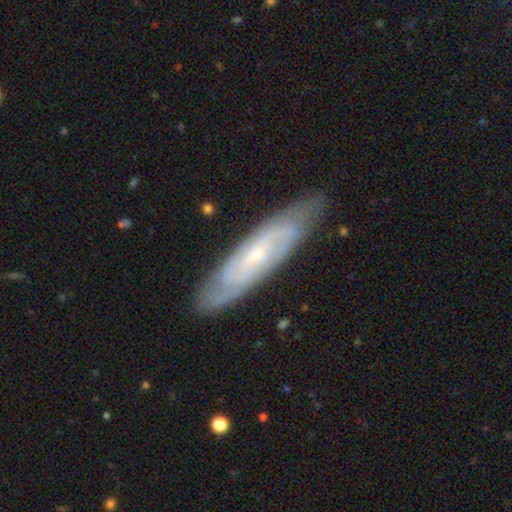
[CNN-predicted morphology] This is clearly a featured or disk galaxy (82%). It is likely not viewed edge-on (80%). Bar: possibly no (56%). Spiral arm pattern: clearly yes (95%). Spiral arm count: marginally 2 (36%). Spiral winding: likely tight (61%). Central bulge: likely small (78%). Merging: clearly none (82%).